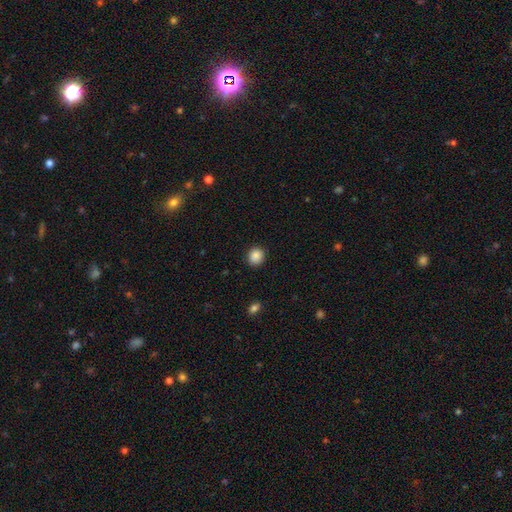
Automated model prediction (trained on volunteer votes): Smooth or featured? Predicted: smooth (p=0.88). How rounded? Predicted: round (p=0.84). Merging? Predicted: none (p=0.88).